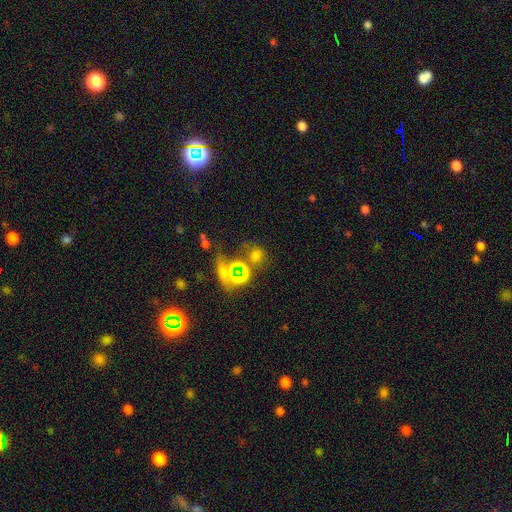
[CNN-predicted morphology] smooth_or_featured: smooth (p=0.52) [alt: star or artifact p=0.38]
how_rounded: round (p=0.75) [alt: in between p=0.23]
merging: none (p=0.62) [alt: merger p=0.16]